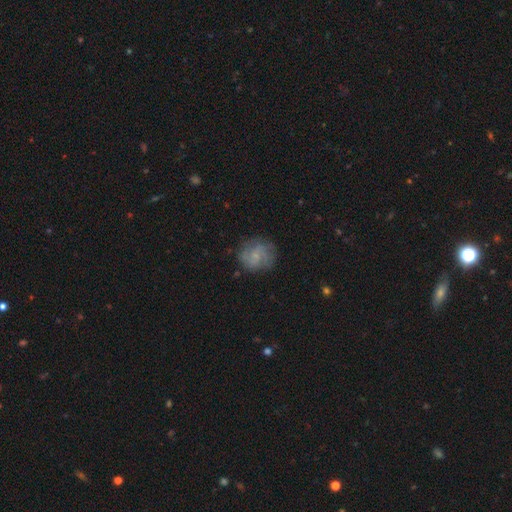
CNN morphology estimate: Smooth or featured? featured or disk (57%)
Edge-on disk? no (98%)
Bar? no (64%)
Spiral arms? yes (85%)
Bulge size? small (61%)
Merging? none (76%)